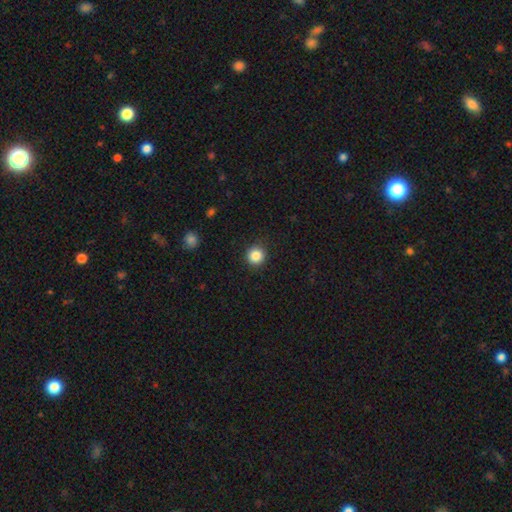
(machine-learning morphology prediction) This appears to be a smooth galaxy with no disk features (86%) that is round (94%). Merging: none (90%).